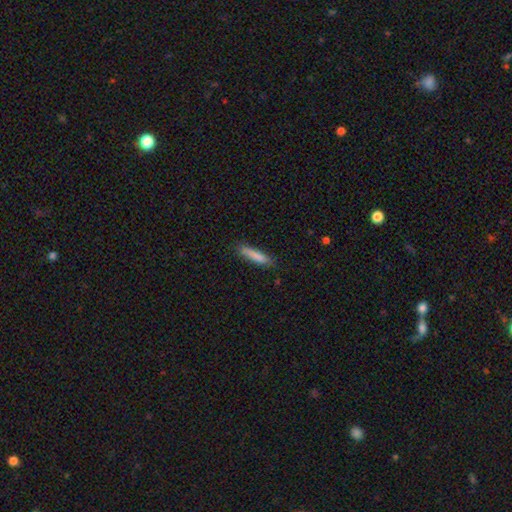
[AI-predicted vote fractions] The model was most divided on "merging": none: 82%, minor disturbance: 14%, major disturbance: 3%, merger: 1%. More confident: how rounded — cigar-shaped (85%); smooth or featured — smooth (83%).